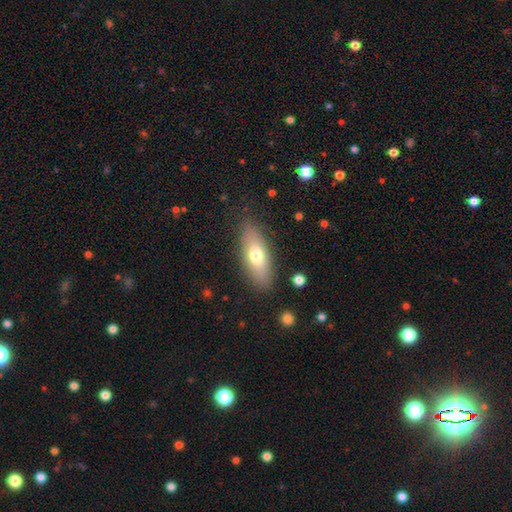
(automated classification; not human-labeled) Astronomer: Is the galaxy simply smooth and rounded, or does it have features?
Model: smooth — 67%.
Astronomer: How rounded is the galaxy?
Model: in between — 72%.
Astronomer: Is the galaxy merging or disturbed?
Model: none — 82%.